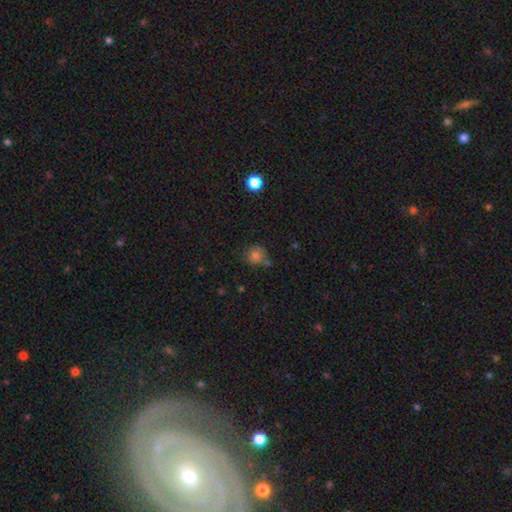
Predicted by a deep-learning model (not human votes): smooth-or-featured: smooth: 79% | star or artifact: 13% | featured or disk: 8%
  how-rounded: round: 83% | in between: 16% | cigar-shaped: 1%
  merging: none: 62% | minor disturbance: 20% | merger: 12% | major disturbance: 6%